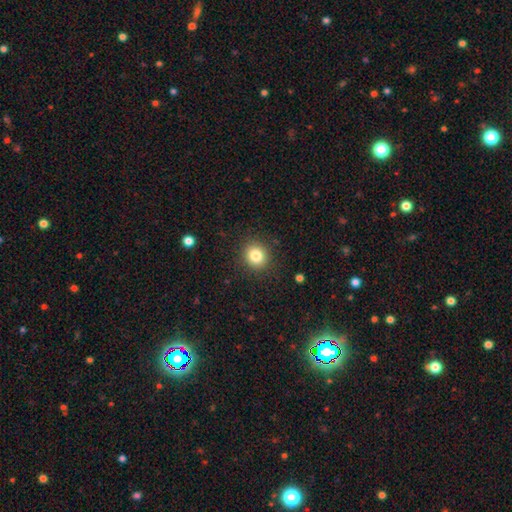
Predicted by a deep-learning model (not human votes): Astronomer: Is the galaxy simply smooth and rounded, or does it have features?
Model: smooth — 82%.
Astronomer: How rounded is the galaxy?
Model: round — 84%.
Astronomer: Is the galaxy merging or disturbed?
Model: none — 89%.